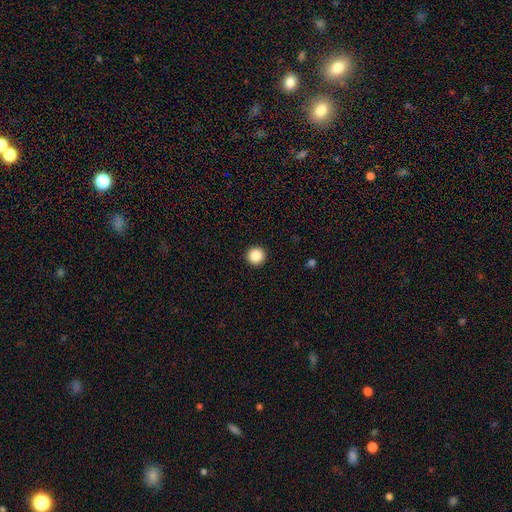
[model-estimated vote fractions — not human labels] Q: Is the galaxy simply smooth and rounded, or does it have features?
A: smooth — 87%.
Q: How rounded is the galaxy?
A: round — 97%.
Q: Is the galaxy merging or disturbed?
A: none — 94%.